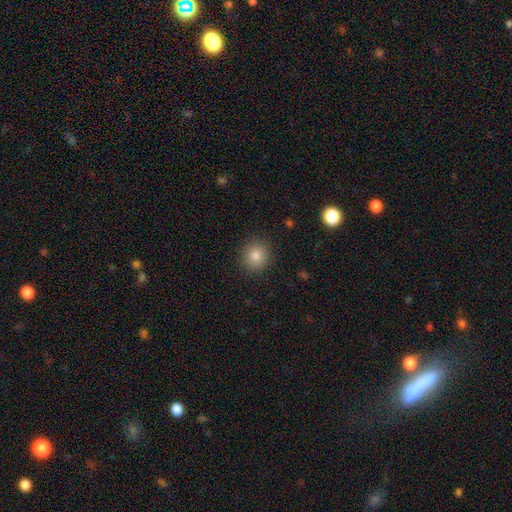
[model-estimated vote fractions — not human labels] Smooth or featured? smooth (83%)
How rounded? round (86%)
Merging? none (91%)